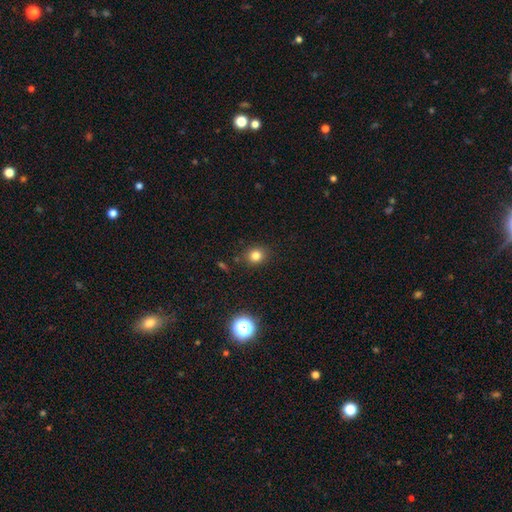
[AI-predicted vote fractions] Smooth or featured: smooth — 80% (star or artifact — 14%)
How rounded: round — 77% (in between — 22%)
Merging: none — 86% (minor disturbance — 9%)